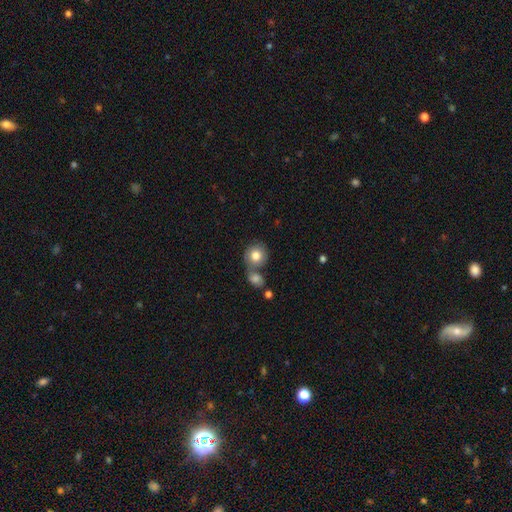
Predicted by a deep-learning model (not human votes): Q: Smooth or featured?
A: smooth (79%); runner-up: featured or disk (13%)
Q: How rounded?
A: round (80%); runner-up: in between (19%)
Q: Merging?
A: merger (44%); runner-up: none (41%)